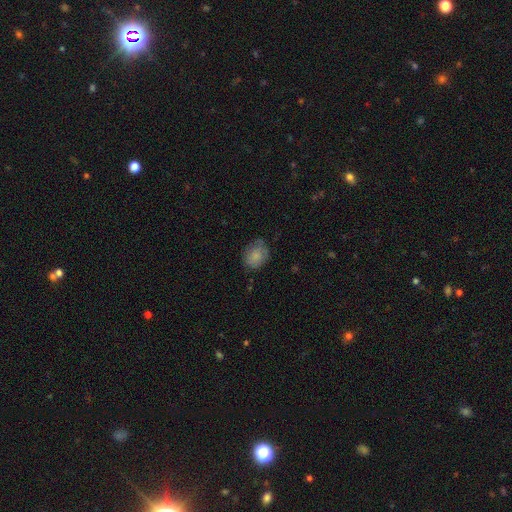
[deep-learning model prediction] This is clearly a smooth galaxy (80%). How rounded: possibly in between (53%). Merging: likely none (67%).